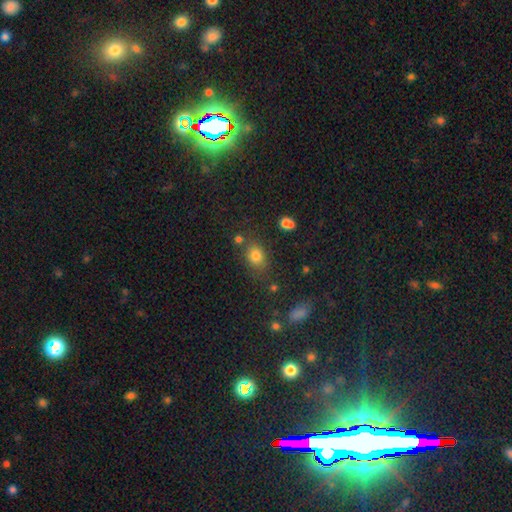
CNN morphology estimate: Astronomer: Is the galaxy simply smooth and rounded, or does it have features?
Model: smooth — 76%.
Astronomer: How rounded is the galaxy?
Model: in between — 56% (runner-up: round, 42%).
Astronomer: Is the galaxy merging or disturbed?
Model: none — 72%.